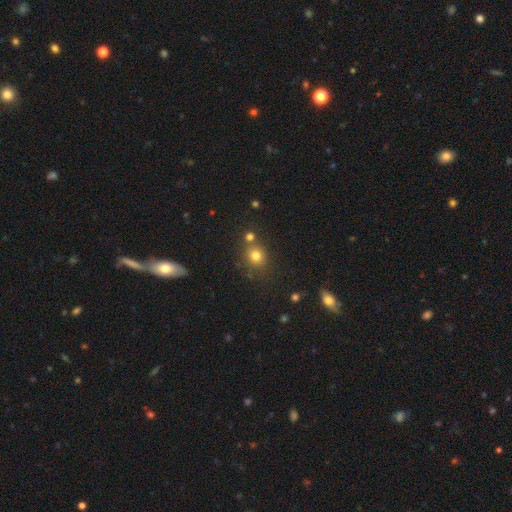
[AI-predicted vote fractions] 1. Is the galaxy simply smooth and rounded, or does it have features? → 77% smooth, 16% star or artifact, 8% featured or disk.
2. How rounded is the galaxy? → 82% round, 17% in between, 1% cigar-shaped.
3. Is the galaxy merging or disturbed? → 70% none, 16% merger, 10% minor disturbance, 4% major disturbance.